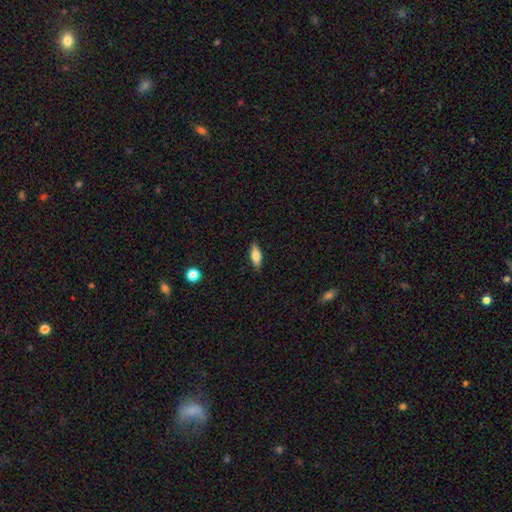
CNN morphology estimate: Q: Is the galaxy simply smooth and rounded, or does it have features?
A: smooth — 66%.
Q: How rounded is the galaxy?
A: in between — 66%.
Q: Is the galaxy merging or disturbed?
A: none — 87%.